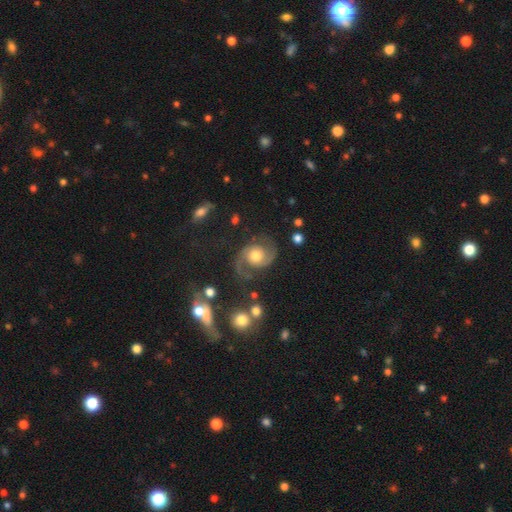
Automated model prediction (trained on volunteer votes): smooth-or-featured: featured or disk: 84% | smooth: 9% | star or artifact: 7%
  disk-edge-on: no: 98% | yes: 2%
    bar: no: 73% | weak: 23% | strong: 4%
    has-spiral-arms: yes: 96% | no: 4%
      spiral-winding: medium: 55% | loose: 28% | tight: 17%
      spiral-arm-count: 2: 93% | can't tell: 2% | 1: 2% | 3: 1% | 4: 1% | more than 4: 1%
    bulge-size: moderate: 65% | large: 21% | small: 10% | dominant: 2% | none: 2%
  merging: none: 72% | minor disturbance: 16% | major disturbance: 10% | merger: 2%